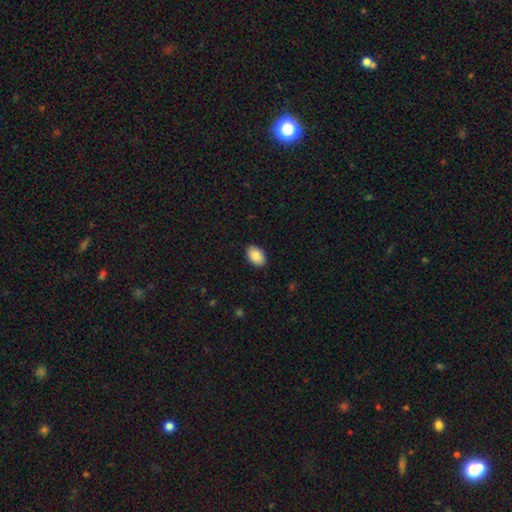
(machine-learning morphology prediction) Overall: smooth (90%). How rounded: in between (92%). Merging: none (90%).